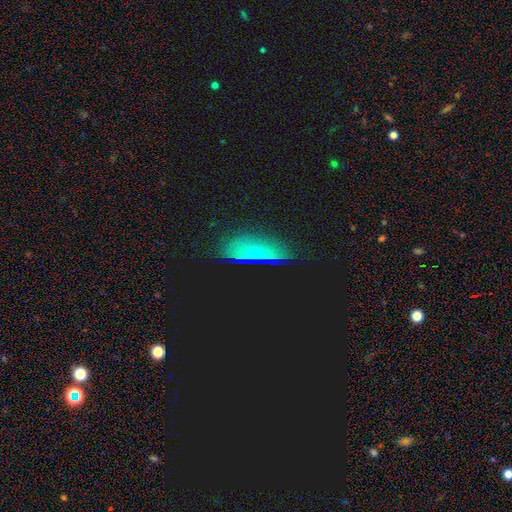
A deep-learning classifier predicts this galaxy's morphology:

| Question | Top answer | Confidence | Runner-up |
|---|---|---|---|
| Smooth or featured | smooth | 44% | star or artifact (32%) |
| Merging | none | 84% | minor disturbance (11%) |